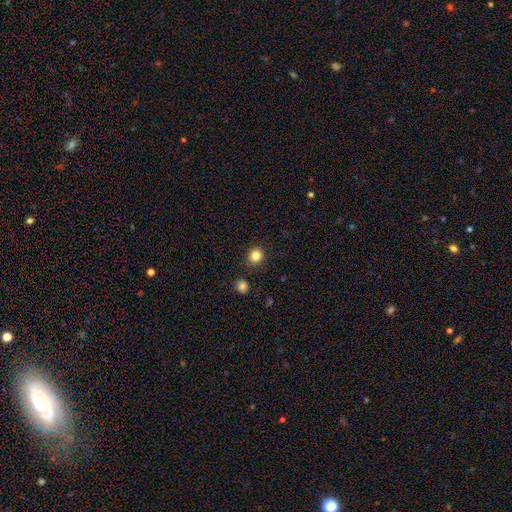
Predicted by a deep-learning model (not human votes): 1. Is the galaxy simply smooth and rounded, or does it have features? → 84% smooth, 12% star or artifact, 4% featured or disk.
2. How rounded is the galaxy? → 90% round, 9% in between, 1% cigar-shaped.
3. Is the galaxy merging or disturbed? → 89% none, 7% minor disturbance, 3% merger, 2% major disturbance.